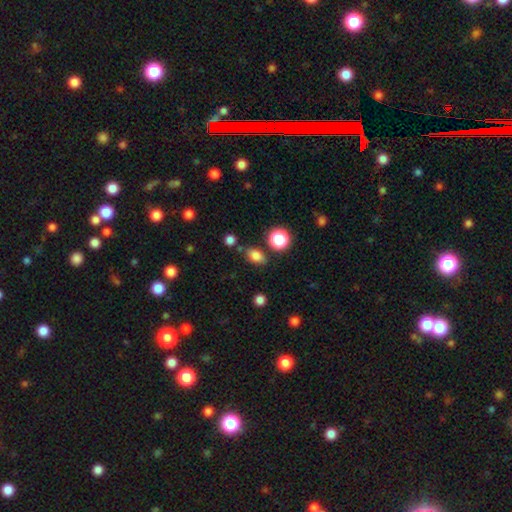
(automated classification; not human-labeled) Q: Smooth or featured?
A: smooth (81%); runner-up: star or artifact (12%)
Q: How rounded?
A: in between (76%); runner-up: round (21%)
Q: Merging?
A: none (77%); runner-up: minor disturbance (13%)